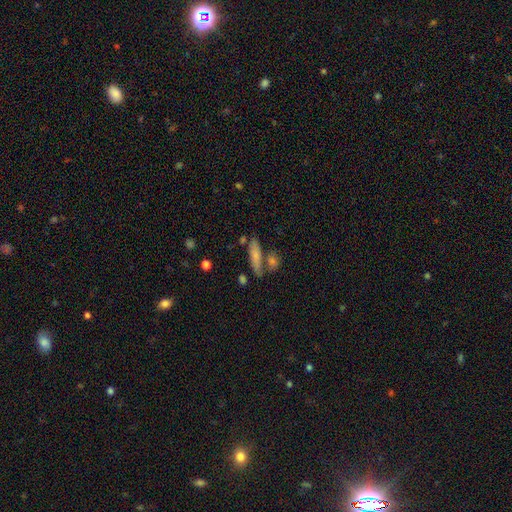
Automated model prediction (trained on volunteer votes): Smooth or featured?
  - smooth: 72% *
  - featured or disk: 20%
  - star or artifact: 8%
How rounded?
  - cigar-shaped: 62% *
  - in between: 35%
  - round: 3%
Merging?
  - none: 63% *
  - merger: 19%
  - minor disturbance: 14%
  - major disturbance: 5%